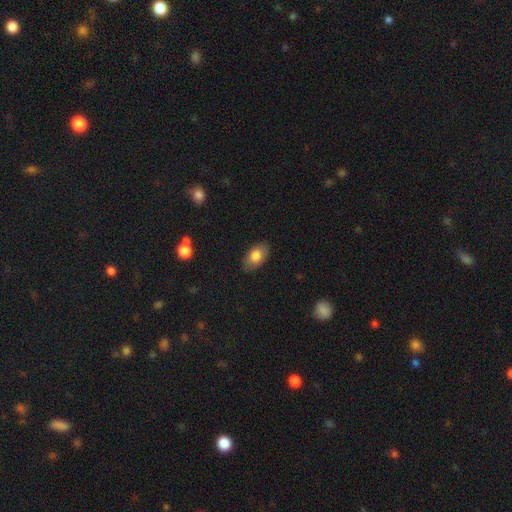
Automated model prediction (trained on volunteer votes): Smooth or featured: smooth — 79% (featured or disk — 14%)
How rounded: in between — 91% (round — 7%)
Merging: none — 84% (minor disturbance — 12%)